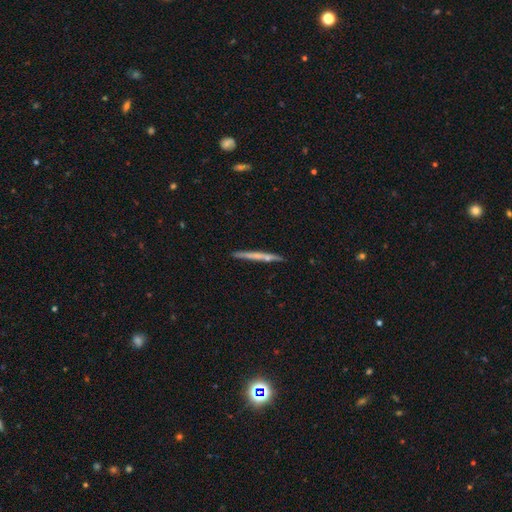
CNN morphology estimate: Smooth or featured? Predicted: smooth (p=0.49). Merging? Predicted: none (p=0.87).